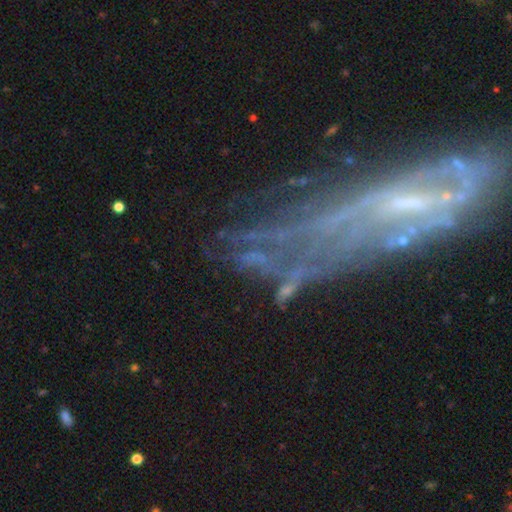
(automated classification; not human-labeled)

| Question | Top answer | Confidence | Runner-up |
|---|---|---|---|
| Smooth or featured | featured or disk | 50% | star or artifact (35%) |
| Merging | none | 55% | major disturbance (19%) |